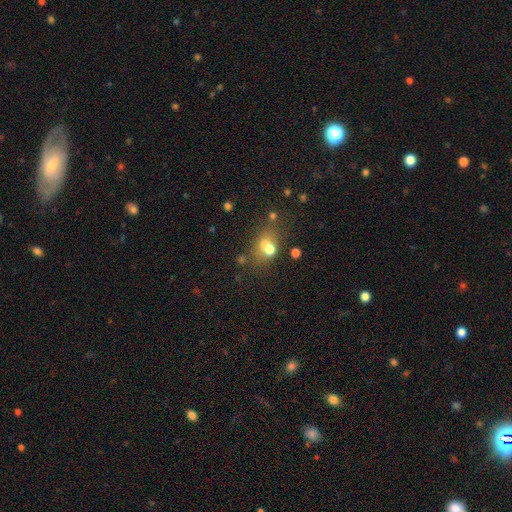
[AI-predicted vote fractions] Smooth or featured?
  - smooth: 51% *
  - star or artifact: 30%
  - featured or disk: 19%
How rounded?
  - round: 52% *
  - in between: 45%
  - cigar-shaped: 3%
Merging?
  - none: 53% *
  - merger: 25%
  - minor disturbance: 13%
  - major disturbance: 9%